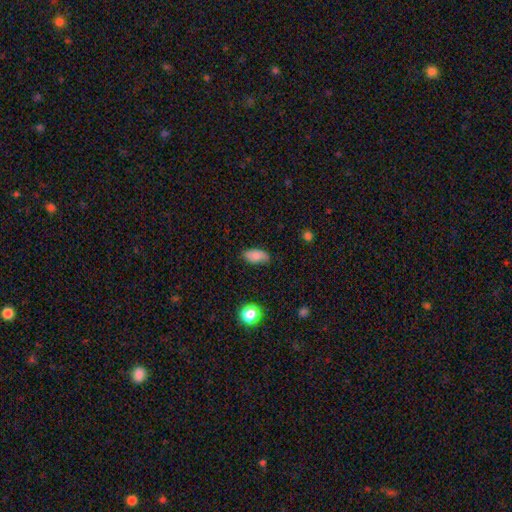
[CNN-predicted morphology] smooth-or-featured: smooth: 83% | star or artifact: 10% | featured or disk: 7%
  how-rounded: in between: 92% | cigar-shaped: 4% | round: 4%
  merging: none: 76% | minor disturbance: 19% | major disturbance: 4% | merger: 1%